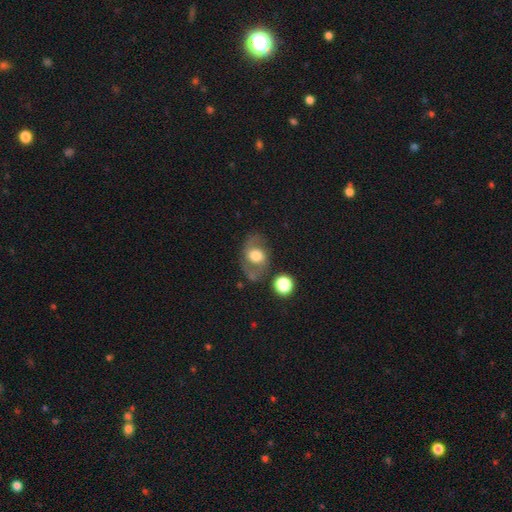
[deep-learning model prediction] Smooth or featured? Predicted: featured or disk (p=0.49). Merging? Predicted: none (p=0.59).